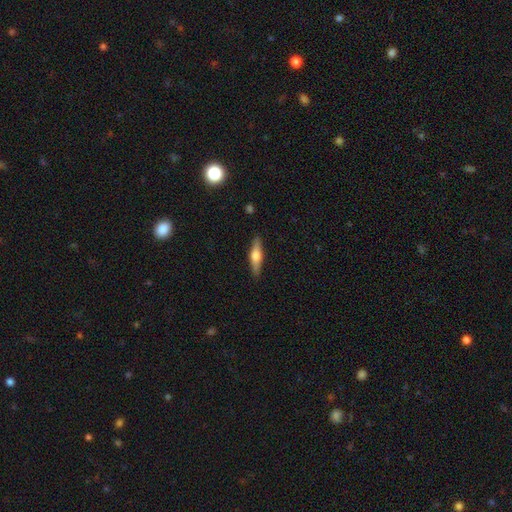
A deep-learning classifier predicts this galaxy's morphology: Smooth or featured? featured or disk (52%)
Edge-on disk? yes (95%)
Merging? none (88%)